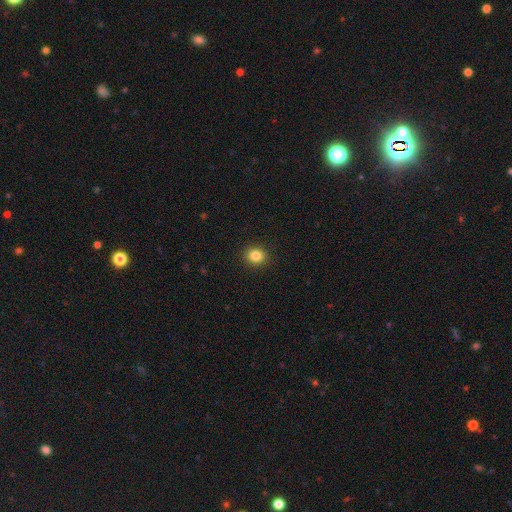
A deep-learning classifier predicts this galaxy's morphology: This is clearly a smooth galaxy (85%). How rounded: likely round (74%). Merging: clearly none (91%).